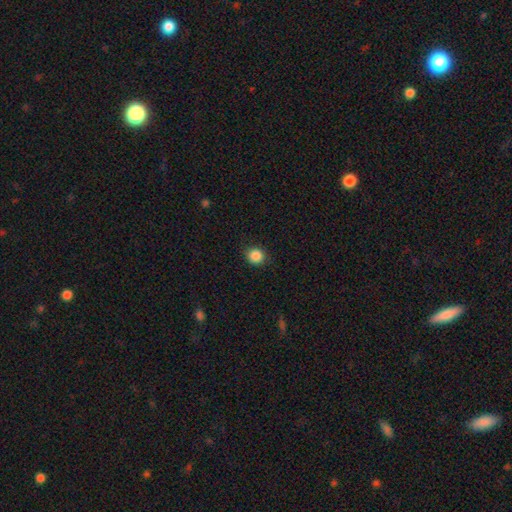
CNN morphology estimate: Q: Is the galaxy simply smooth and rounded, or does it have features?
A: smooth — 87%.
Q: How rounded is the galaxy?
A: round — 86%.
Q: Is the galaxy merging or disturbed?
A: none — 89%.